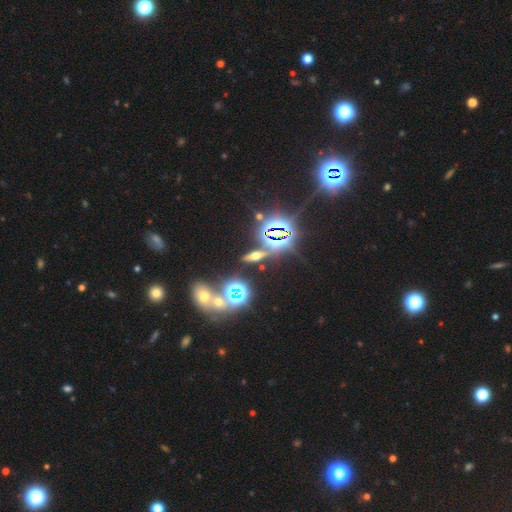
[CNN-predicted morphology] smooth-or-featured: star or artifact: 50% | featured or disk: 26% | smooth: 25%